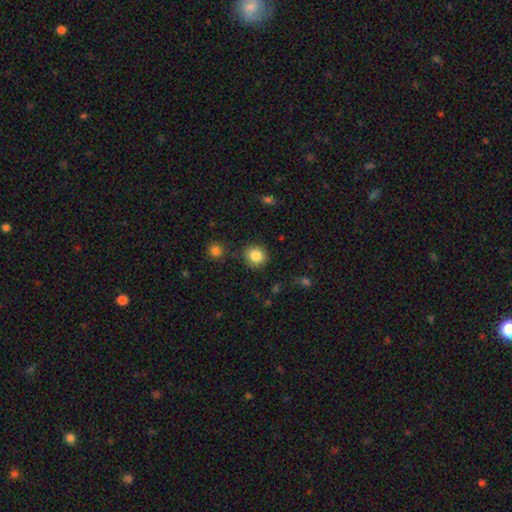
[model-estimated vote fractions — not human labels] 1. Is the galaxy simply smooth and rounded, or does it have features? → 85% smooth, 10% star or artifact, 5% featured or disk.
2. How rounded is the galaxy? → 81% round, 18% in between, 1% cigar-shaped.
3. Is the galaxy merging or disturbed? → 86% none, 9% minor disturbance, 3% major disturbance, 2% merger.